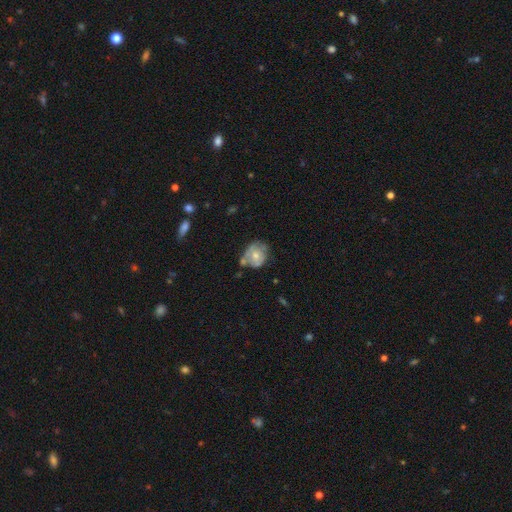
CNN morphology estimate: Smooth or featured? featured or disk (47%)
Merging? none (42%)